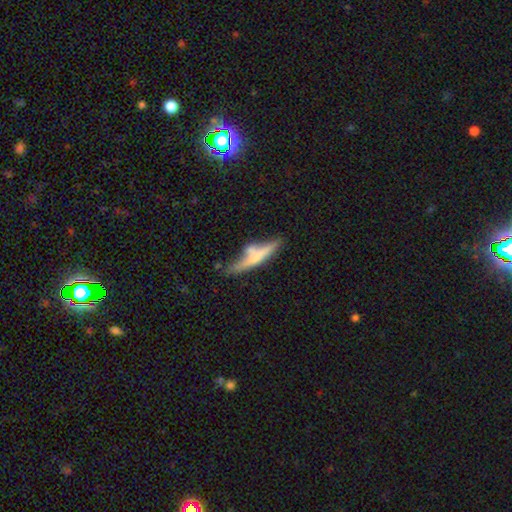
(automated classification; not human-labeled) A featured or disk galaxy (47%).

Vote fractions:
- Smooth or featured? featured or disk: 47% / smooth: 46% / star or artifact: 7%
- Merging? none: 47% / merger: 25% / minor disturbance: 18% / major disturbance: 10%